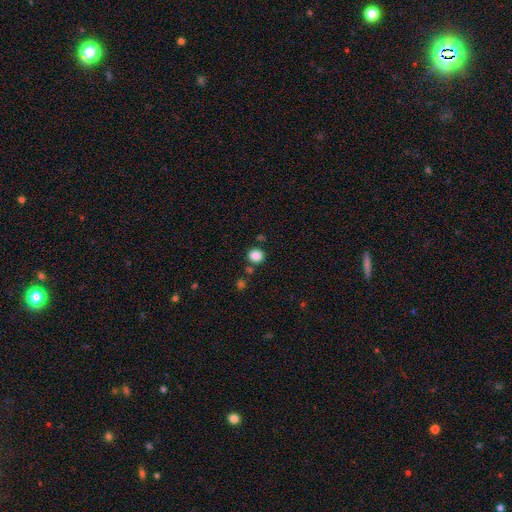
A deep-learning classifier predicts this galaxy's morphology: A smooth galaxy with no disk features (86%) that is round (81%).

Vote fractions:
- Smooth or featured? smooth: 86% / star or artifact: 11% / featured or disk: 3%
- How rounded? round: 81% / in between: 18% / cigar-shaped: 1%
- Merging? none: 83% / minor disturbance: 8% / merger: 6% / major disturbance: 3%